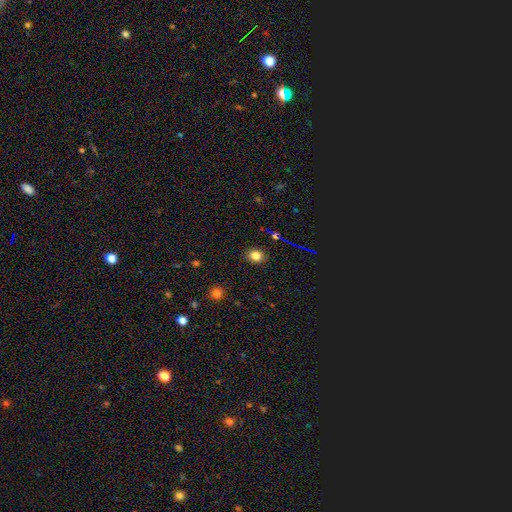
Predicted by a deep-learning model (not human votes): Overall: smooth (79%). How rounded: in between (50%; round 49%). Merging: none (88%).